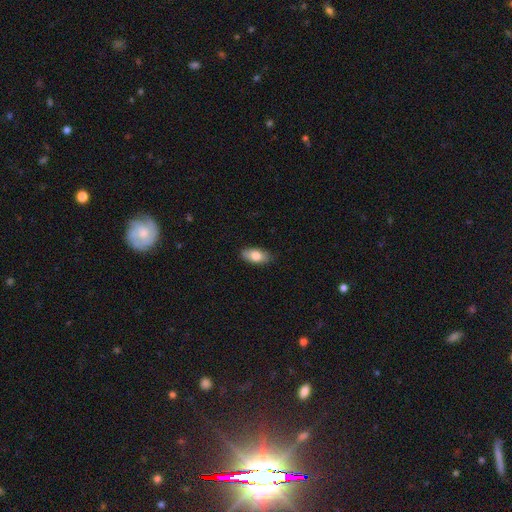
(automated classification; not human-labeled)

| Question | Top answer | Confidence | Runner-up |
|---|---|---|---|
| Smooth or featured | smooth | 80% | featured or disk (13%) |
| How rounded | in between | 90% | cigar-shaped (7%) |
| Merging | none | 87% | minor disturbance (11%) |